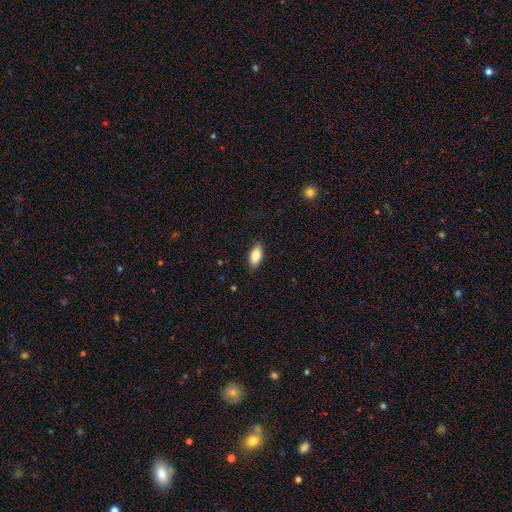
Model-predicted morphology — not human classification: smooth 83%, featured or disk 10%, star or artifact 7%. Down the decision tree: how rounded — in between (89%); merging — none (87%).